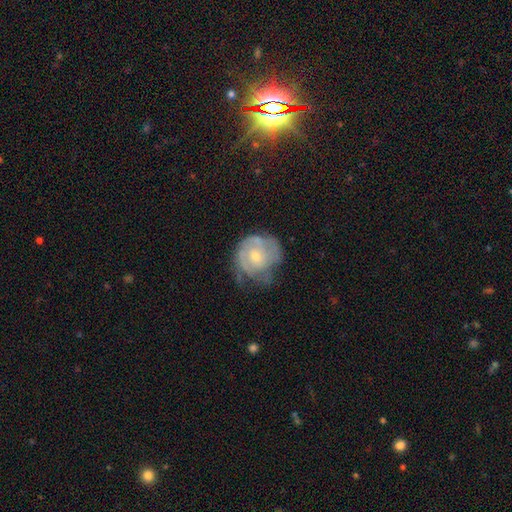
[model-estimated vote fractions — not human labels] smooth-or-featured: featured or disk: 61% | smooth: 32% | star or artifact: 7%
  disk-edge-on: no: 97% | yes: 3%
    bar: no: 77% | weak: 19% | strong: 3%
    has-spiral-arms: yes: 65% | no: 35%
    bulge-size: small: 60% | moderate: 36% | none: 2% | large: 2% | dominant: 1%
  merging: none: 39% | minor disturbance: 33% | major disturbance: 25% | merger: 4%